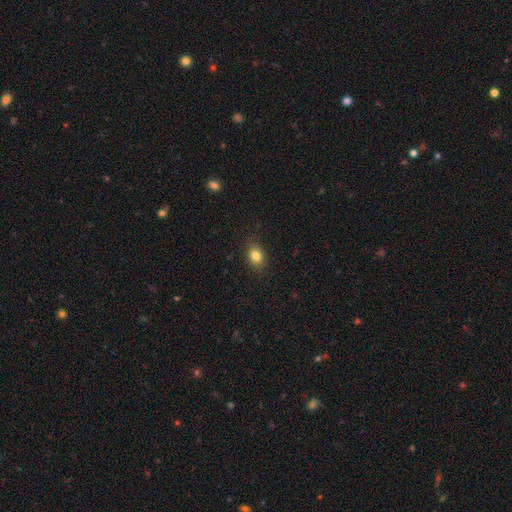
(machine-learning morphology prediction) smooth 82%, star or artifact 11%, featured or disk 7%. Down the decision tree: how rounded — in between (62%); merging — none (84%).